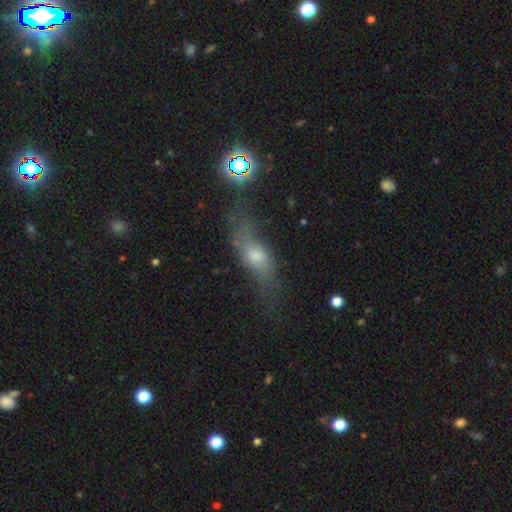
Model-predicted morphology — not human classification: smooth_or_featured: smooth (p=0.48) [alt: featured or disk p=0.37]
merging: none (p=0.51) [alt: minor disturbance p=0.25]